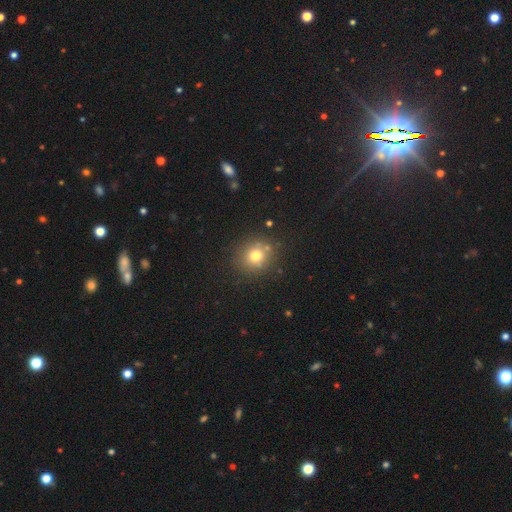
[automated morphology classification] Smooth or featured: smooth — 74% (star or artifact — 15%)
How rounded: round — 81% (in between — 18%)
Merging: none — 80% (minor disturbance — 11%)